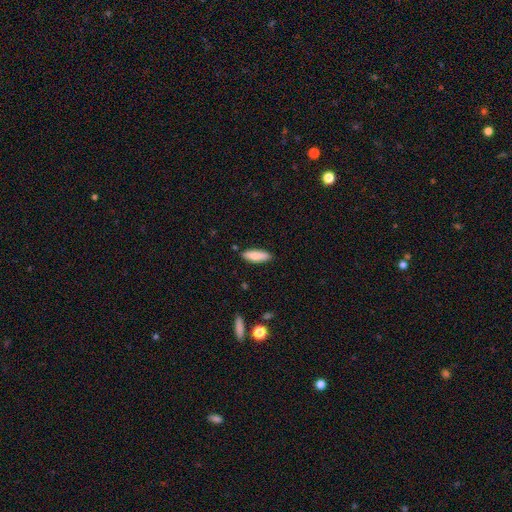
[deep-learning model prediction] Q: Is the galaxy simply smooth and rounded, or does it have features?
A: smooth — 83%.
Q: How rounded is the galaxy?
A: in between — 54%.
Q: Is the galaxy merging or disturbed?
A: none — 86%.